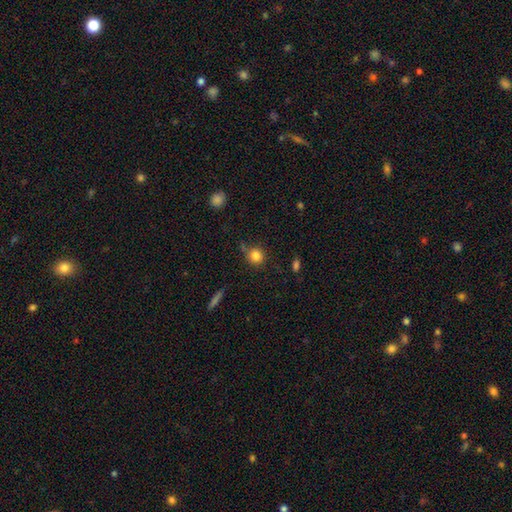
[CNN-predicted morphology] This appears to be a smooth galaxy with no disk features (83%) that is round (88%). Merging: none (69%).